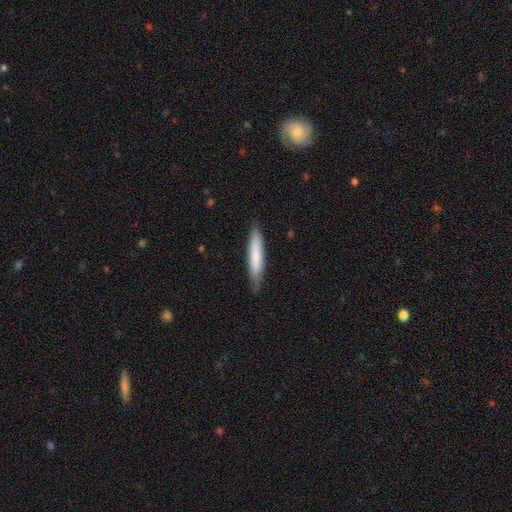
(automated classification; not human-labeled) This appears to be a smooth galaxy with no disk features (75%) that is cigar-shaped (89%). Merging: none (82%).